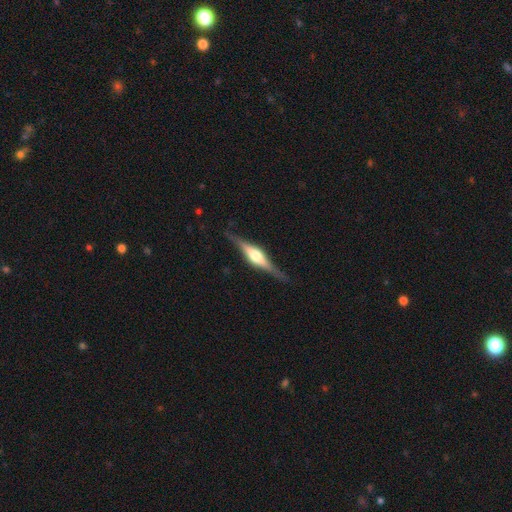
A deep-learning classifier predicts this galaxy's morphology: smooth-or-featured: featured or disk: 79% | smooth: 16% | star or artifact: 5%
  disk-edge-on: yes: 98% | no: 2%
    edge-on-bulge: rounded: 88% | boxy: 10% | none: 2%
  merging: none: 86% | minor disturbance: 11% | major disturbance: 3% | merger: 1%